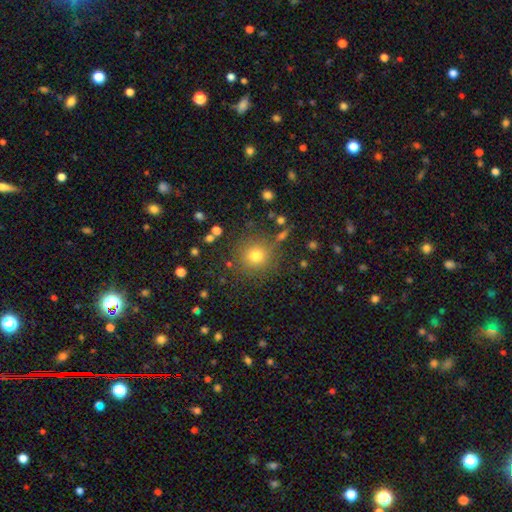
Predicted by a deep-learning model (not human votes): smooth-or-featured: smooth: 76% | star or artifact: 16% | featured or disk: 8%
  how-rounded: round: 93% | in between: 6% | cigar-shaped: 1%
  merging: none: 84% | minor disturbance: 9% | major disturbance: 4% | merger: 4%